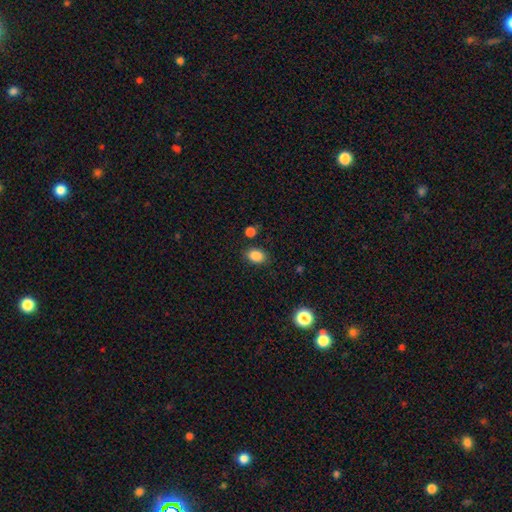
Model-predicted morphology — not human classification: This is clearly a smooth galaxy (86%). How rounded: likely in between (72%). Merging: clearly none (82%).